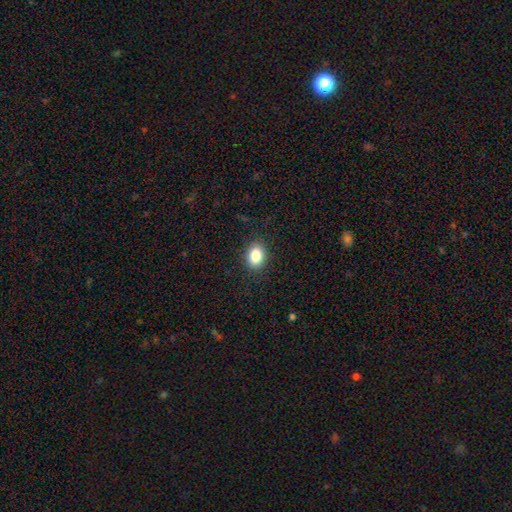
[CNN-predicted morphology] Smooth or featured?
  - smooth: 85% *
  - star or artifact: 9%
  - featured or disk: 5%
How rounded?
  - in between: 67% *
  - round: 32%
  - cigar-shaped: 1%
Merging?
  - none: 88% *
  - minor disturbance: 8%
  - major disturbance: 3%
  - merger: 1%